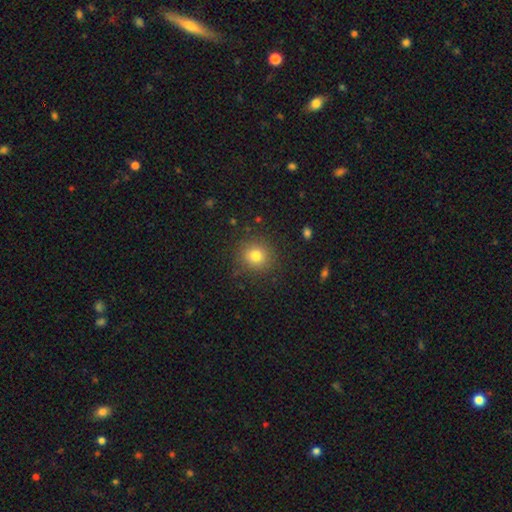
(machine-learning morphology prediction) type=smooth (80%); roundness=round (89%); merging=none (86%).